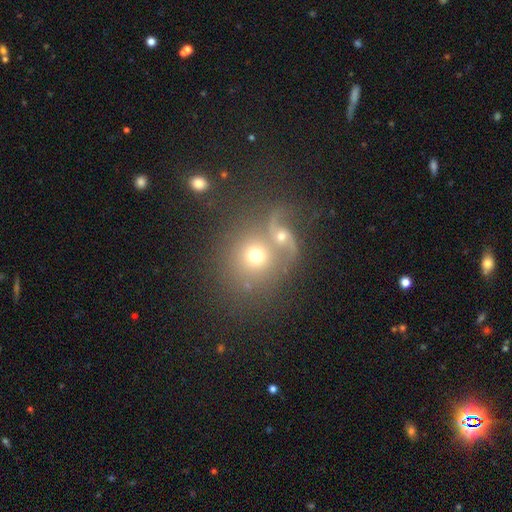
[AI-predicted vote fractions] The model was most divided on "merging": none: 43%, merger: 41%, minor disturbance: 9%, major disturbance: 7%. More confident: how rounded — round (82%); smooth or featured — smooth (58%).